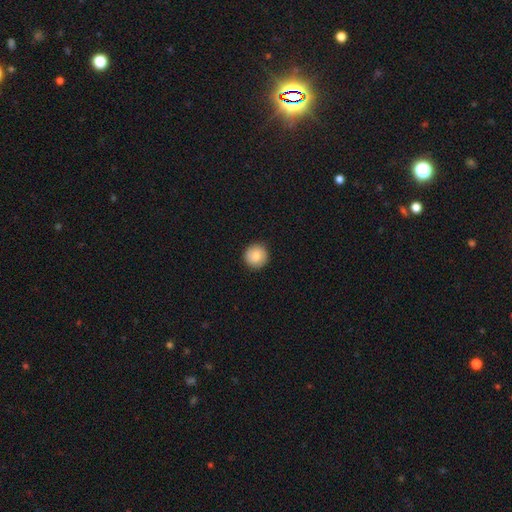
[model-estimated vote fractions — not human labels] Smooth or featured?
  - smooth: 81% *
  - featured or disk: 12%
  - star or artifact: 7%
How rounded?
  - round: 94% *
  - in between: 5%
  - cigar-shaped: 1%
Merging?
  - none: 91% *
  - minor disturbance: 7%
  - major disturbance: 2%
  - merger: 1%